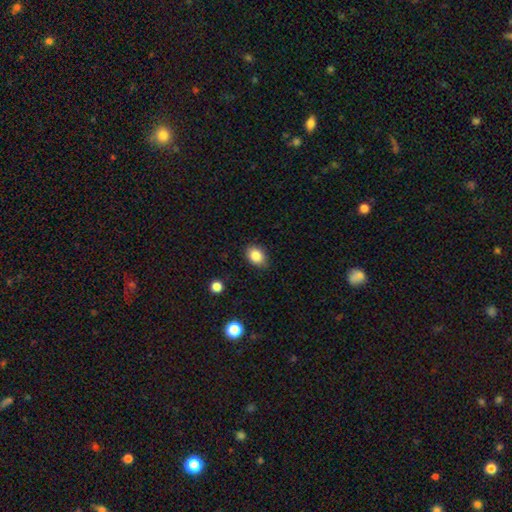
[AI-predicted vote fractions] Overall: smooth (86%). How rounded: in between (77%). Merging: none (85%).